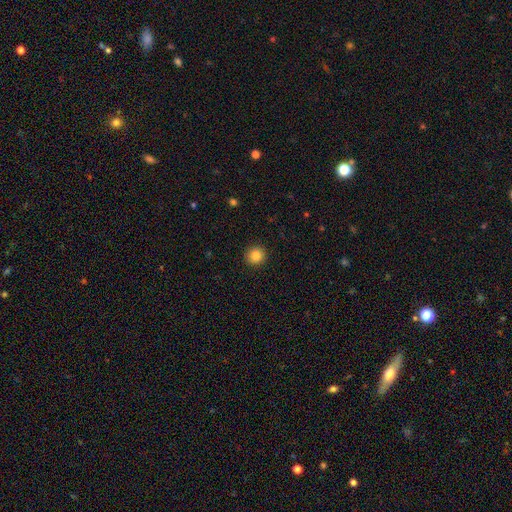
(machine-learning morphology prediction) Smooth or featured?
  - smooth: 85% *
  - star or artifact: 10%
  - featured or disk: 5%
How rounded?
  - round: 92% *
  - in between: 7%
  - cigar-shaped: 1%
Merging?
  - none: 92% *
  - minor disturbance: 5%
  - major disturbance: 2%
  - merger: 1%